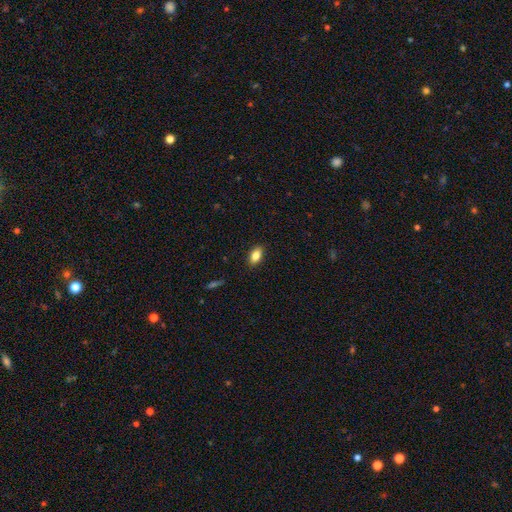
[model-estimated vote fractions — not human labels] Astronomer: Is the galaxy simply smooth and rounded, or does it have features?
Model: smooth — 83%.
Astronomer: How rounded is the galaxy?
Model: in between — 89%.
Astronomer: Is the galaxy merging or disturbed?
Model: none — 89%.